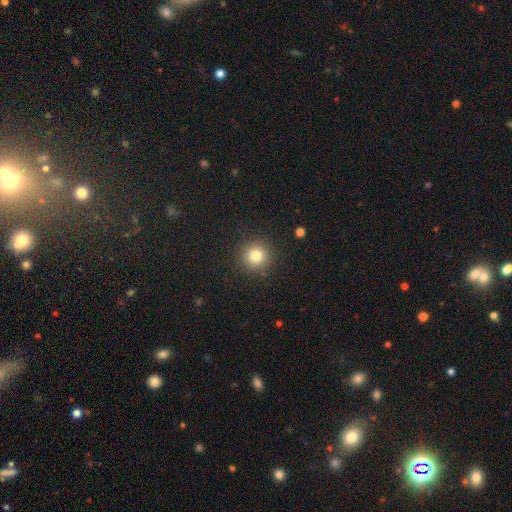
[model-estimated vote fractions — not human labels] The model was most divided on "smooth or featured": smooth: 80%, star or artifact: 13%, featured or disk: 7%. More confident: how rounded — round (94%); merging — none (90%).